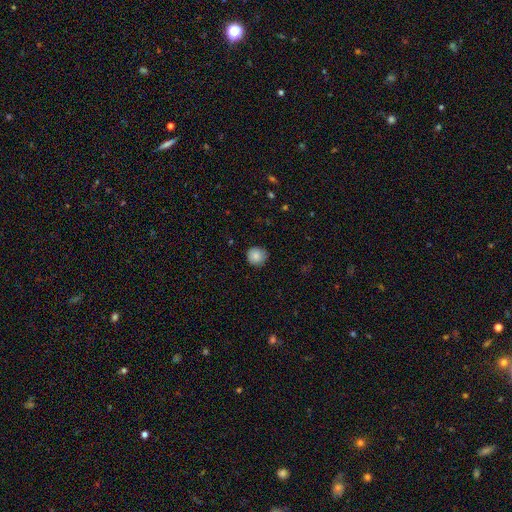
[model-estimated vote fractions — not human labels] Q: Smooth or featured?
A: smooth (85%); runner-up: star or artifact (8%)
Q: How rounded?
A: round (91%); runner-up: in between (8%)
Q: Merging?
A: none (83%); runner-up: minor disturbance (14%)